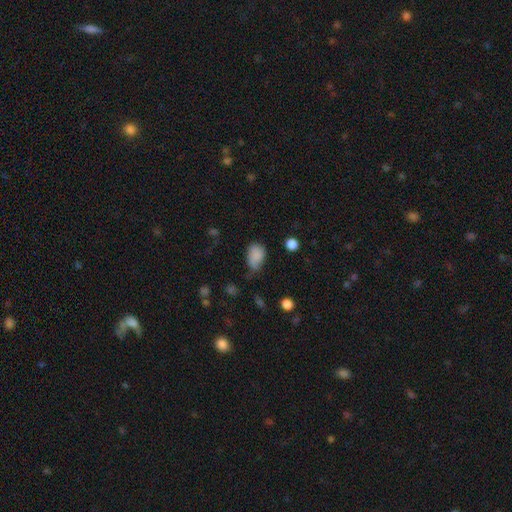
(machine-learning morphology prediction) This is clearly a smooth galaxy (83%). How rounded: clearly in between (82%). Merging: marginally none (44%).